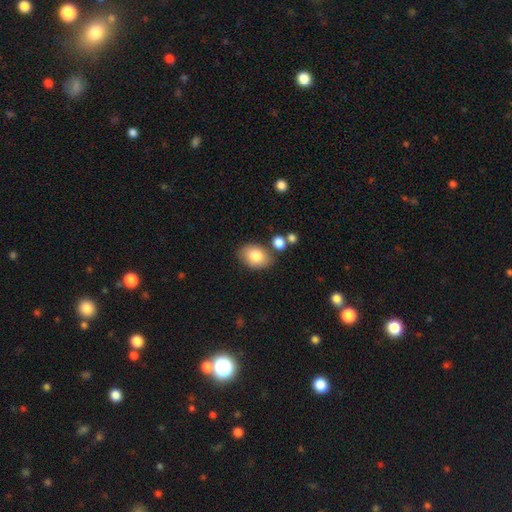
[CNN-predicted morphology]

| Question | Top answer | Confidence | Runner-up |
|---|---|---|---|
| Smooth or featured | smooth | 81% | featured or disk (11%) |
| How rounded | in between | 80% | round (19%) |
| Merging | none | 74% | minor disturbance (14%) |